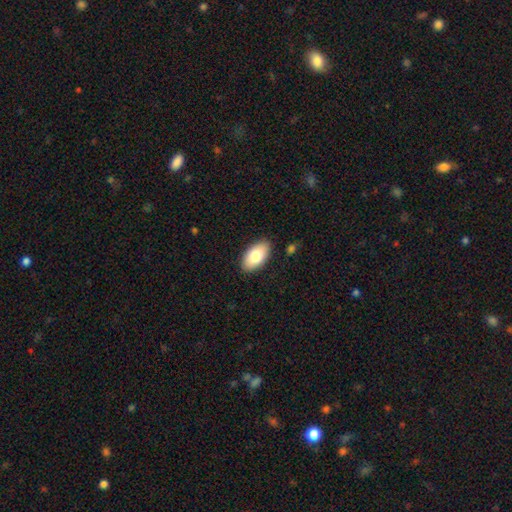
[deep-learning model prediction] Morphology: type=smooth (79%); roundness=in between (95%); merging=none (88%).